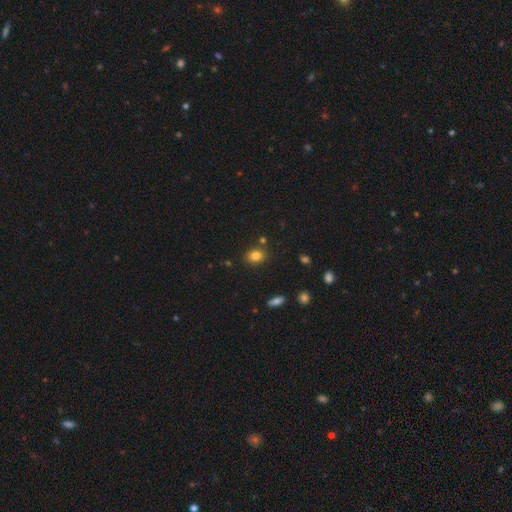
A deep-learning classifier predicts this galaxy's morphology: Q: Smooth or featured?
A: smooth (81%); runner-up: star or artifact (12%)
Q: How rounded?
A: in between (54%); runner-up: round (44%)
Q: Merging?
A: none (82%); runner-up: minor disturbance (10%)